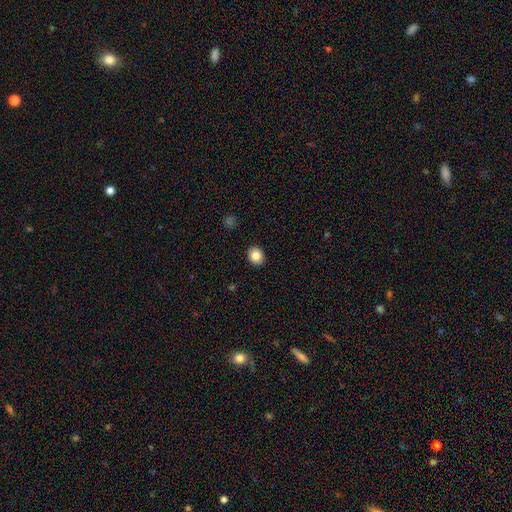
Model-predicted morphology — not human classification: Smooth or featured: smooth — 85% (star or artifact — 9%)
How rounded: round — 64% (in between — 36%)
Merging: none — 92% (minor disturbance — 6%)